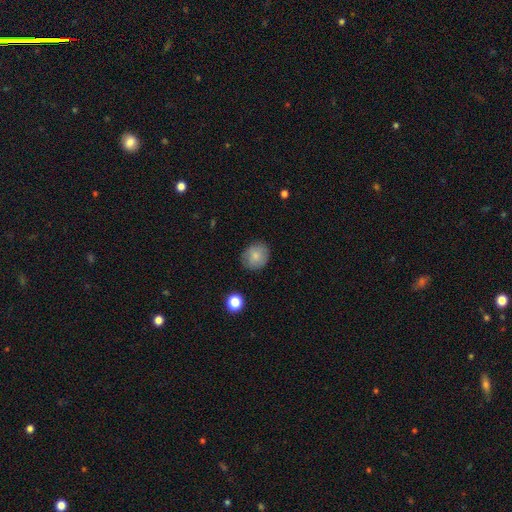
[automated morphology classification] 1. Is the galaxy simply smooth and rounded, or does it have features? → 80% smooth, 12% featured or disk, 8% star or artifact.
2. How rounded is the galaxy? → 76% round, 23% in between, 1% cigar-shaped.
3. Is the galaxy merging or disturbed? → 81% none, 14% minor disturbance, 3% major disturbance, 1% merger.